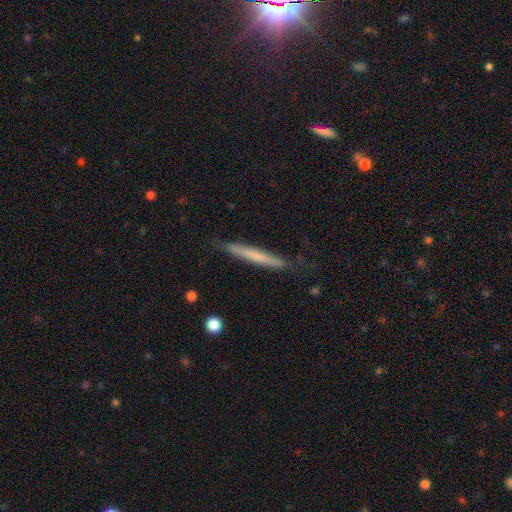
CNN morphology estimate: smooth-or-featured: smooth: 56% | featured or disk: 38% | star or artifact: 6%
  how-rounded: cigar-shaped: 96% | in between: 3% | round: 1%
  merging: none: 78% | minor disturbance: 17% | major disturbance: 3% | merger: 2%